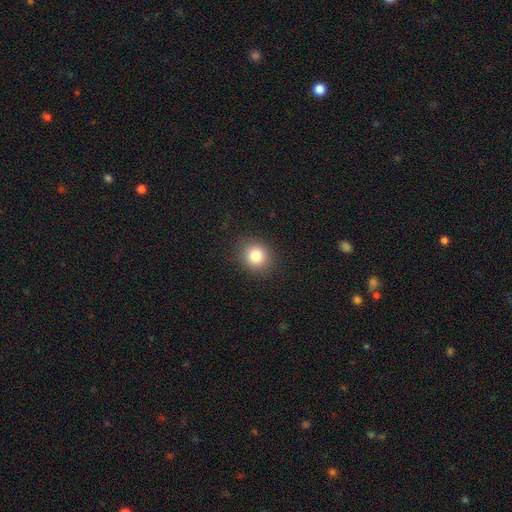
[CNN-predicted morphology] Smooth or featured?
  - smooth: 82% *
  - star or artifact: 11%
  - featured or disk: 7%
How rounded?
  - round: 83% *
  - in between: 17%
  - cigar-shaped: 1%
Merging?
  - none: 89% *
  - minor disturbance: 7%
  - major disturbance: 3%
  - merger: 1%